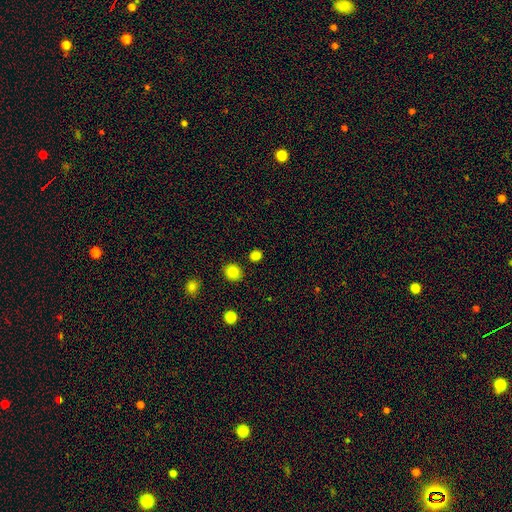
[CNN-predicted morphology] This appears to be a smooth galaxy with no disk features (81%) that is round (81%). Merging: none (86%).